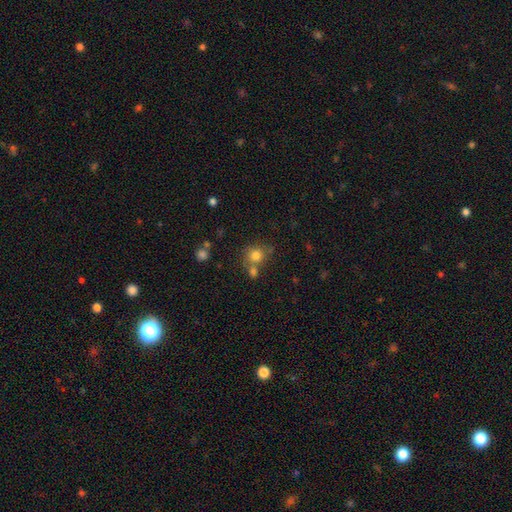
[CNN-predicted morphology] smooth_or_featured: smooth (p=0.78) [alt: star or artifact p=0.12]
how_rounded: round (p=0.84) [alt: in between p=0.15]
merging: none (p=0.57) [alt: merger p=0.28]